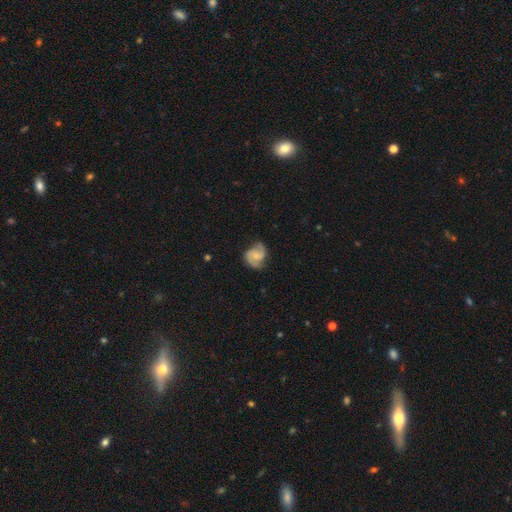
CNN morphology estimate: This appears to be a featured or disk galaxy (76%) with no bar (53%), 2 (87%) medium (52%) spiral arms (95%) and a small central bulge (53%). Merging: none (70%).